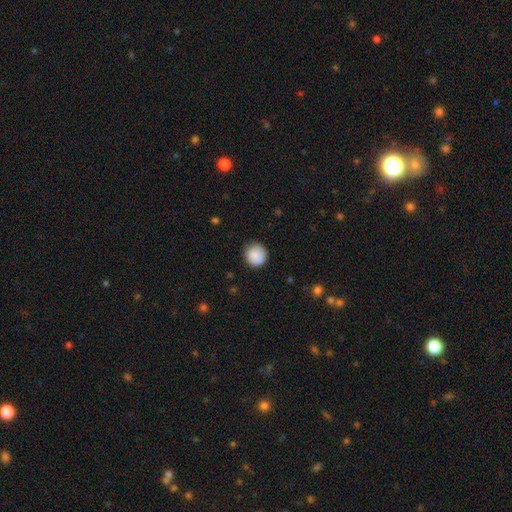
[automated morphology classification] type=smooth (89%); roundness=round (92%); merging=none (86%).